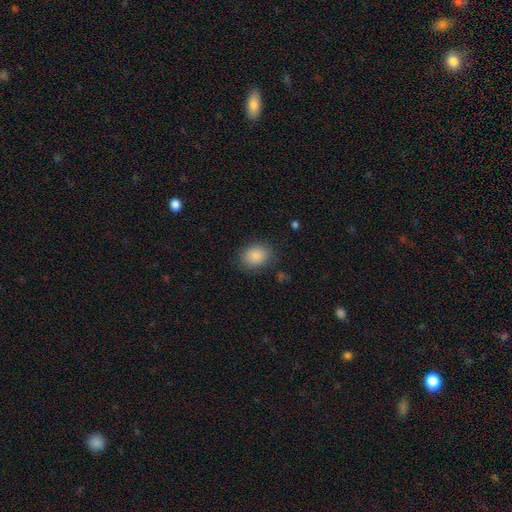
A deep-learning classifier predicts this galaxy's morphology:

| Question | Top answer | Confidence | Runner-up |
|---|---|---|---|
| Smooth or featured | smooth | 87% | star or artifact (8%) |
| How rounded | in between | 54% | round (45%) |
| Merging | none | 83% | minor disturbance (12%) |